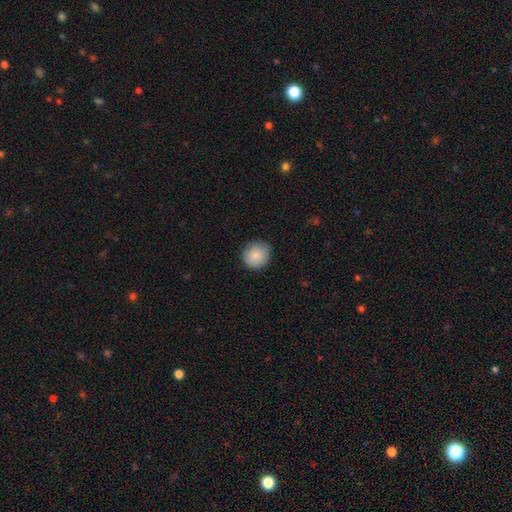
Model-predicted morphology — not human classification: smooth-or-featured: smooth: 87% | star or artifact: 7% | featured or disk: 6%
  how-rounded: round: 90% | in between: 9% | cigar-shaped: 1%
  merging: none: 86% | minor disturbance: 11% | major disturbance: 2% | merger: 1%